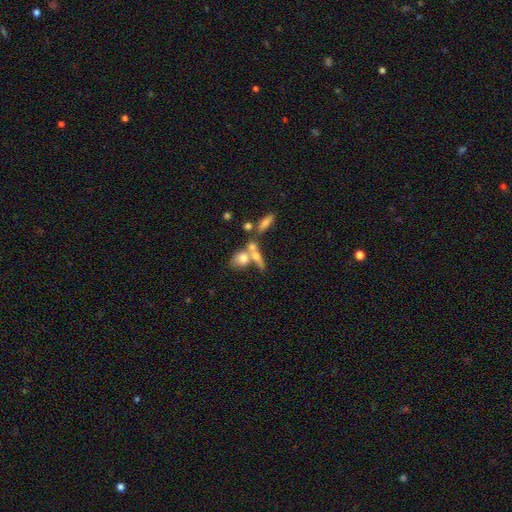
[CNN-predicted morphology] Q: Smooth or featured?
A: smooth (57%); runner-up: featured or disk (32%)
Q: How rounded?
A: in between (50%); runner-up: round (27%)
Q: Merging?
A: merger (54%); runner-up: none (29%)